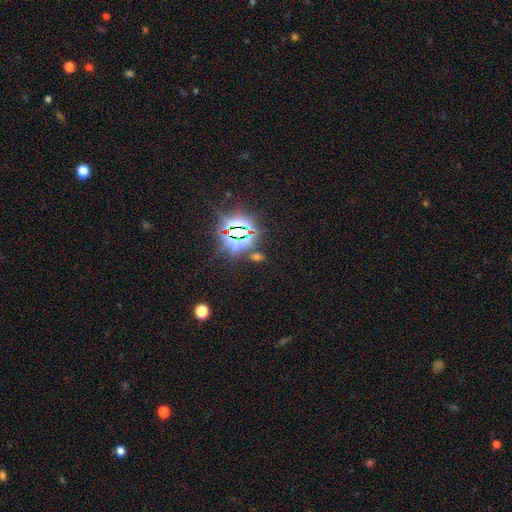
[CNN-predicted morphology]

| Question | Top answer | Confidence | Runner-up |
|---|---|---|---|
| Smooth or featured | star or artifact | 82% | smooth (11%) |